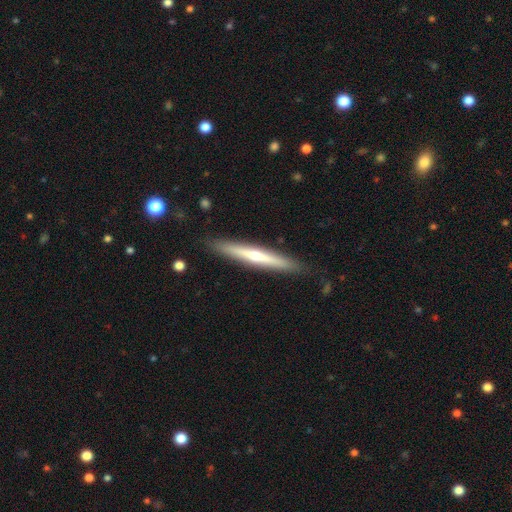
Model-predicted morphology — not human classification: This appears to be a featured or disk galaxy (58%) viewed edge-on (95%) with a rounded central bulge (72%). Merging: none (89%).